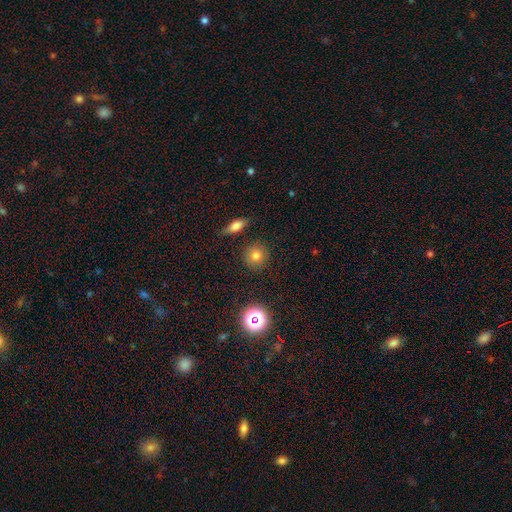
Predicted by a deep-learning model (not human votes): A smooth galaxy with no disk features (75%) that is round (91%). Merging: none (87%).